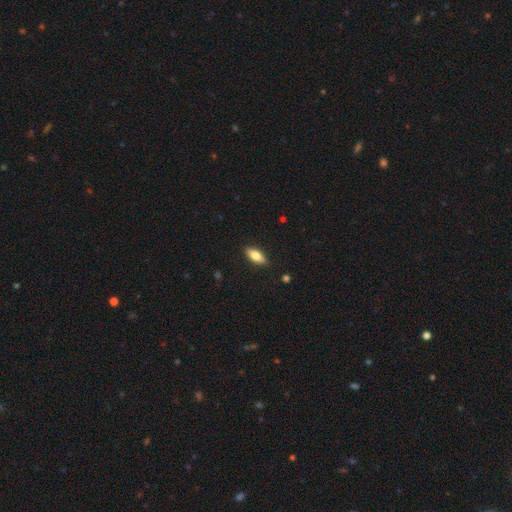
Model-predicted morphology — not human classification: smooth_or_featured: smooth (p=0.77) [alt: featured or disk p=0.17]
how_rounded: in between (p=0.80) [alt: cigar-shaped p=0.18]
merging: none (p=0.89) [alt: minor disturbance p=0.08]